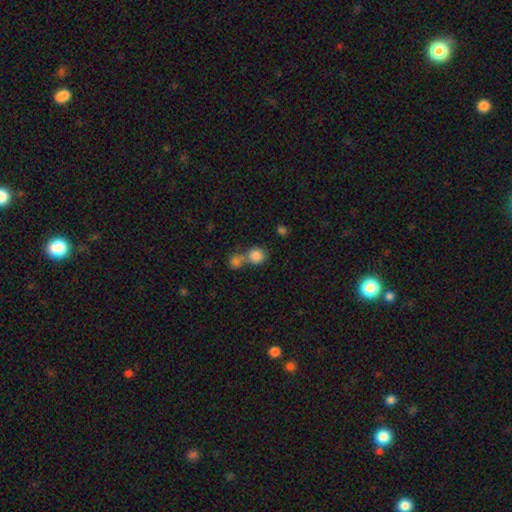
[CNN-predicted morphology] smooth 83%, star or artifact 10%, featured or disk 7%. Down the decision tree: how rounded — round (88%); merging — merger (50%).